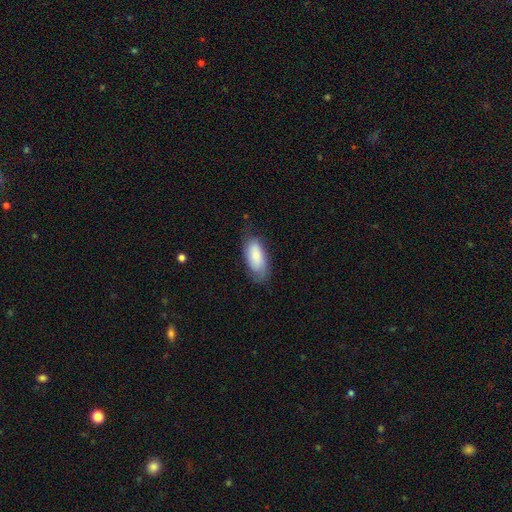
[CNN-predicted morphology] This is likely a smooth galaxy (75%). How rounded: clearly in between (88%). Merging: likely none (65%).